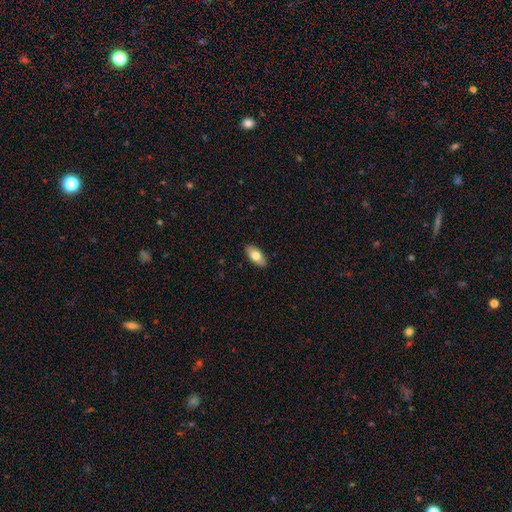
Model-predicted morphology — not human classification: A smooth galaxy with no disk features (76%) that is in between round and cigar-shaped (91%).

Vote fractions:
- Smooth or featured? smooth: 76% / featured or disk: 17% / star or artifact: 6%
- How rounded? in between: 91% / cigar-shaped: 6% / round: 3%
- Merging? none: 89% / minor disturbance: 9% / major disturbance: 2% / merger: 1%